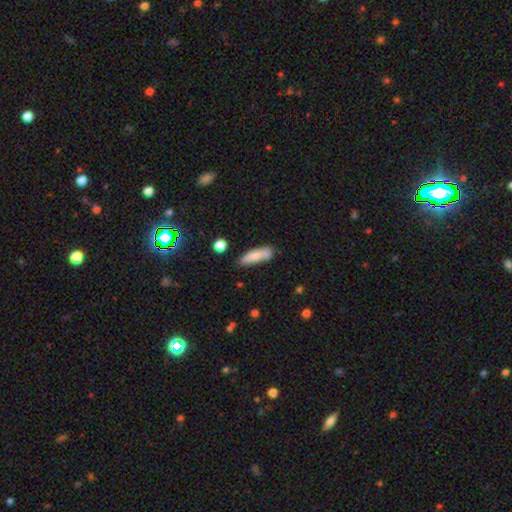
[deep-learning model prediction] A smooth galaxy with no disk features (74%) that is cigar-shaped (49%). Merging: none (58%).